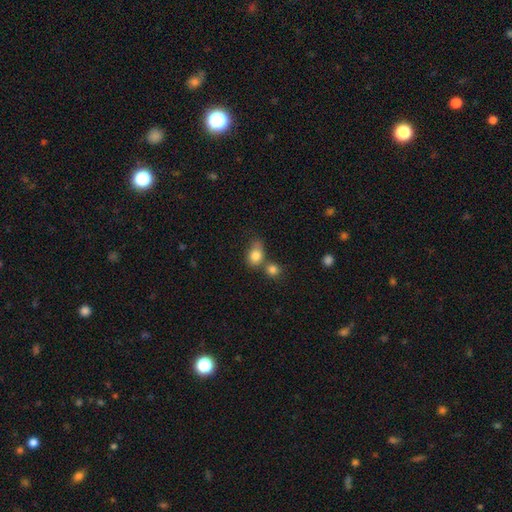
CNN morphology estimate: Q: Smooth or featured?
A: smooth (82%); runner-up: star or artifact (10%)
Q: How rounded?
A: in between (62%); runner-up: round (37%)
Q: Merging?
A: none (39%); runner-up: merger (34%)